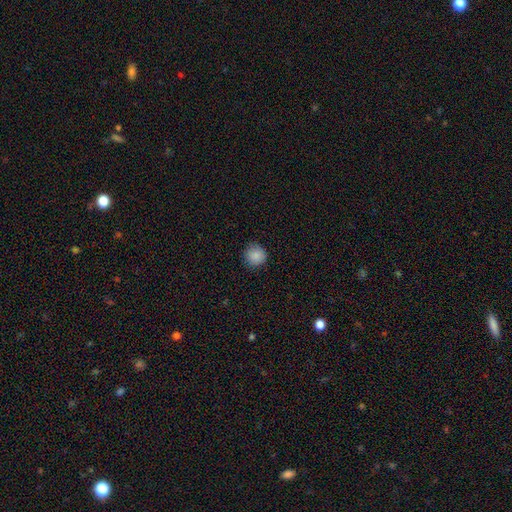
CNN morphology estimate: The model was most divided on "merging": none: 87%, minor disturbance: 10%, major disturbance: 2%, merger: 1%. More confident: how rounded — round (94%); smooth or featured — smooth (87%).